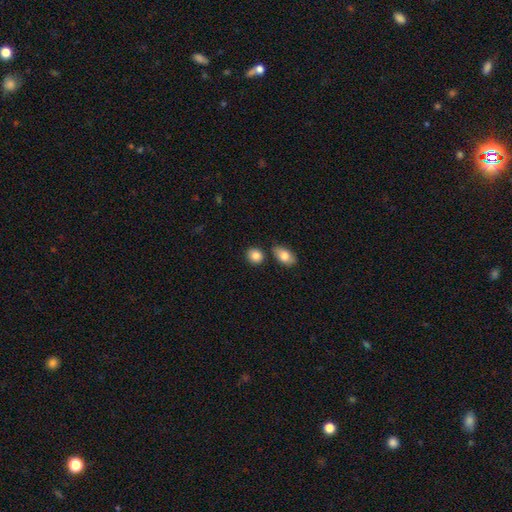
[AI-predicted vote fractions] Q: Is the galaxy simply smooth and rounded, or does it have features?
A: smooth — 85%.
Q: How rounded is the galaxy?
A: round — 64%.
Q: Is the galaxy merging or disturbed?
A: none — 76%.